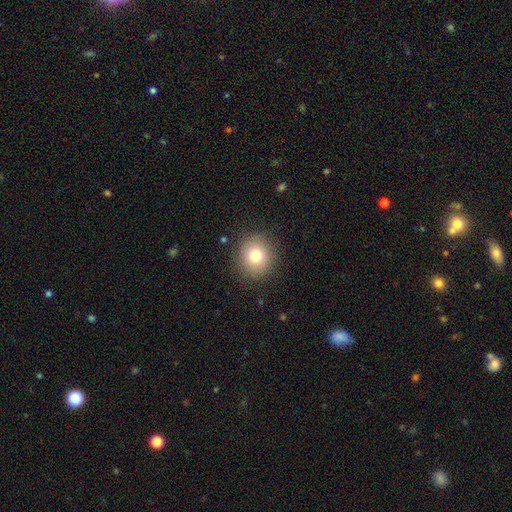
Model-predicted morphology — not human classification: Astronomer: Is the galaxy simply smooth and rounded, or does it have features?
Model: smooth — 78%.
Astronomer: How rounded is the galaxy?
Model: round — 88%.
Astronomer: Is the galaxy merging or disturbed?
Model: none — 88%.